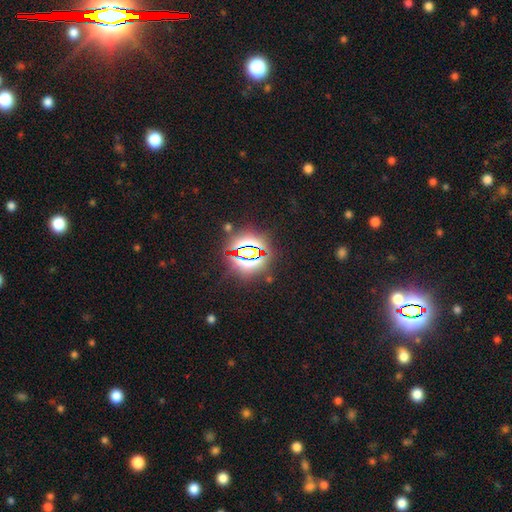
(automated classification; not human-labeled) A star or artifact, not a galaxy (83%).